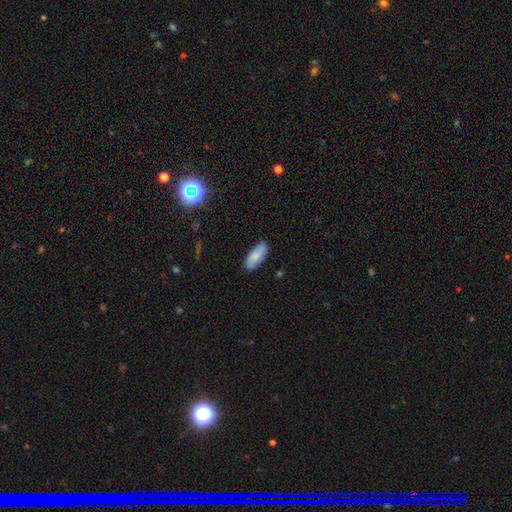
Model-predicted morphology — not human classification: A smooth galaxy with no disk features (75%) that is in between round and cigar-shaped (81%).

Vote fractions:
- Smooth or featured? smooth: 75% / featured or disk: 18% / star or artifact: 6%
- How rounded? in between: 81% / cigar-shaped: 17% / round: 2%
- Merging? none: 84% / minor disturbance: 13% / major disturbance: 2% / merger: 1%